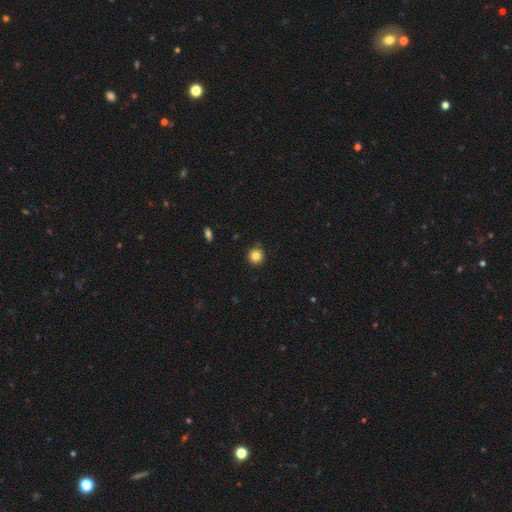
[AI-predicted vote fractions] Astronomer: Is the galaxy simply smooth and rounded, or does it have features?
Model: smooth — 83%.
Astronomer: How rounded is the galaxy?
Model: round — 93%.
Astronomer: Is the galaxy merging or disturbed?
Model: none — 89%.